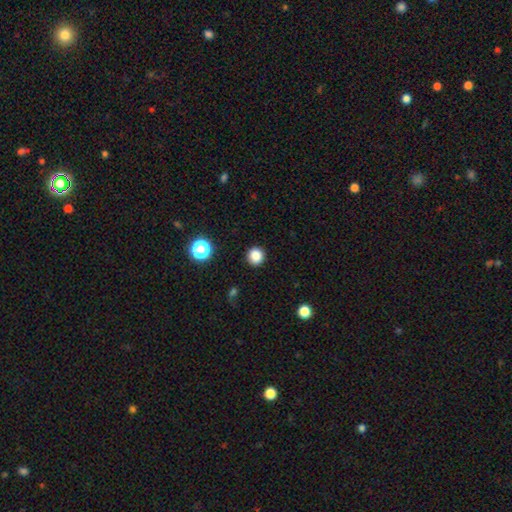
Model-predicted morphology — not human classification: Smooth or featured?
  - smooth: 85% *
  - star or artifact: 12%
  - featured or disk: 3%
How rounded?
  - round: 92% *
  - in between: 7%
  - cigar-shaped: 1%
Merging?
  - none: 91% *
  - minor disturbance: 6%
  - major disturbance: 2%
  - merger: 1%